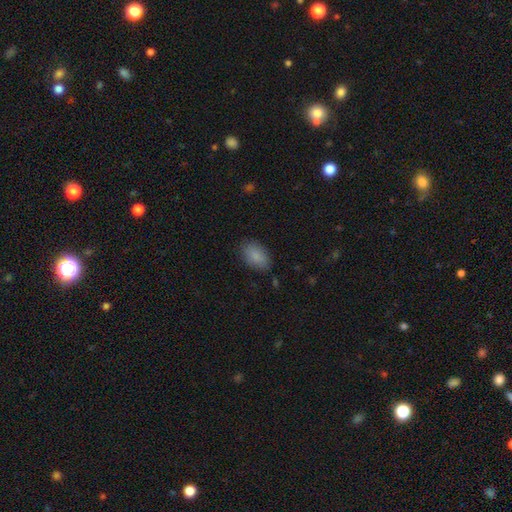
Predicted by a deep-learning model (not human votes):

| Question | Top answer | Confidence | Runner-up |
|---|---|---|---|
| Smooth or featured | smooth | 87% | star or artifact (7%) |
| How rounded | in between | 91% | round (7%) |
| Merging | none | 82% | minor disturbance (14%) |